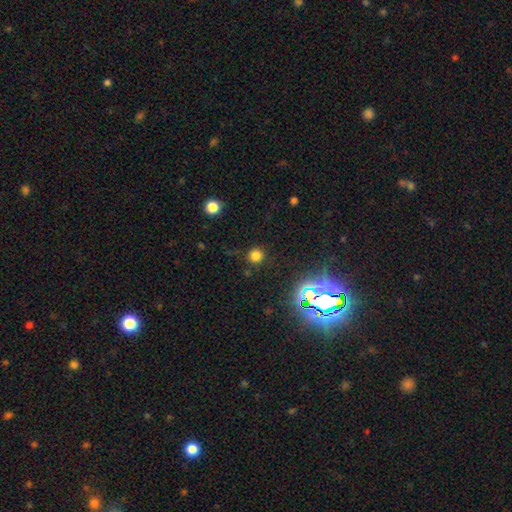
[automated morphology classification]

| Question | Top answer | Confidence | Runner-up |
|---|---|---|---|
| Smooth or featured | smooth | 73% | star or artifact (22%) |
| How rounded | round | 94% | in between (5%) |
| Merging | none | 88% | minor disturbance (7%) |